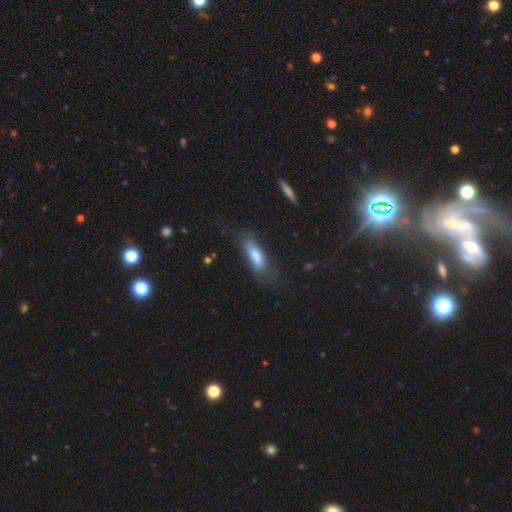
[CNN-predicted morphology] type=smooth (68%); roundness=cigar-shaped (51%); merging=none (61%).